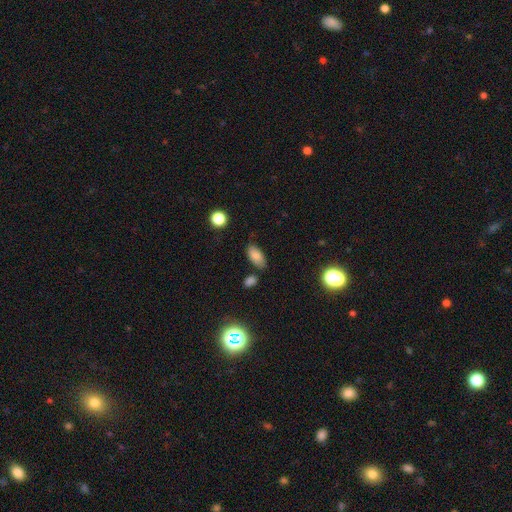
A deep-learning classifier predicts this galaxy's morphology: This appears to be a smooth galaxy with no disk features (83%) that is in between round and cigar-shaped (92%). Merging: none (75%).